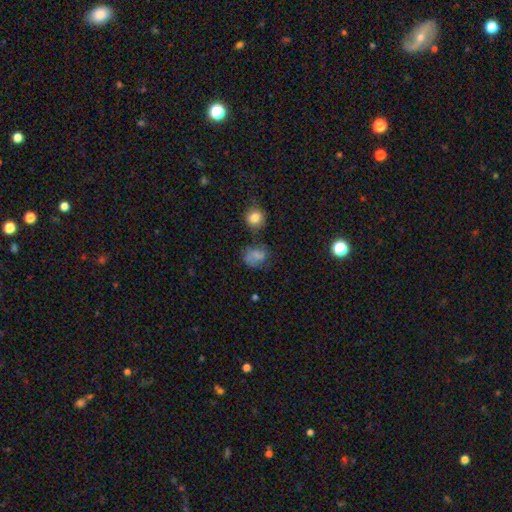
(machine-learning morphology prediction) A smooth galaxy with no disk features (64%) that is round (52%). Merging: none (48%).